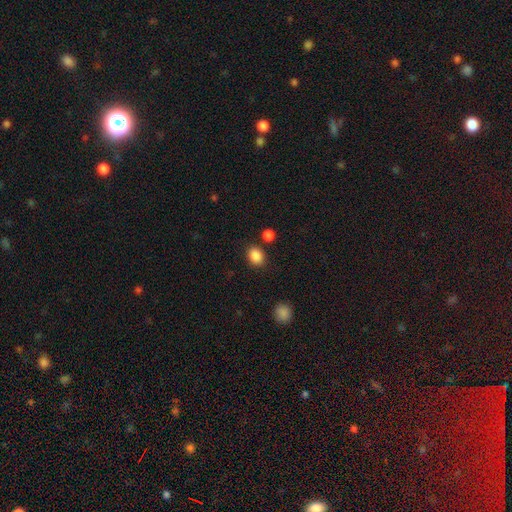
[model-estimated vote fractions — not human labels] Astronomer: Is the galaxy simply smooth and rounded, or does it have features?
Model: smooth — 87%.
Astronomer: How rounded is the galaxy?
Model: in between — 57% (runner-up: round, 43%).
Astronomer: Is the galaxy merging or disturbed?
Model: none — 82%.